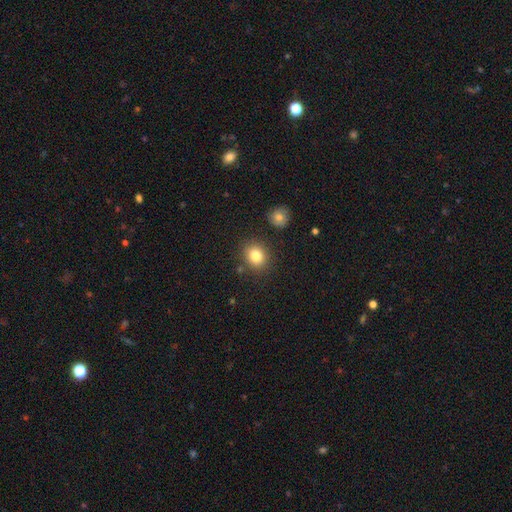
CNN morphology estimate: This appears to be a smooth galaxy with no disk features (82%) that is round (72%). Merging: none (84%).